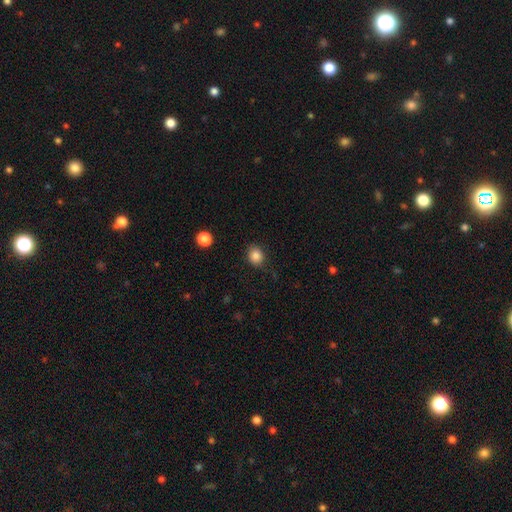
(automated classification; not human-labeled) Smooth or featured?
  - smooth: 86% *
  - star or artifact: 10%
  - featured or disk: 4%
How rounded?
  - round: 67% *
  - in between: 32%
  - cigar-shaped: 1%
Merging?
  - none: 85% *
  - minor disturbance: 11%
  - major disturbance: 3%
  - merger: 1%